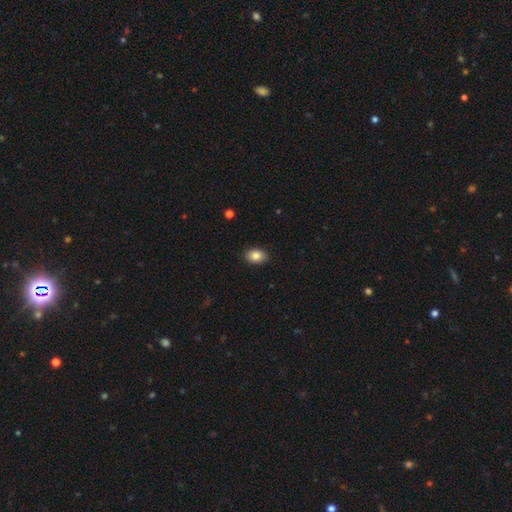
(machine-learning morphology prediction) A smooth galaxy with no disk features (84%) that is in between round and cigar-shaped (77%). Merging: none (89%).